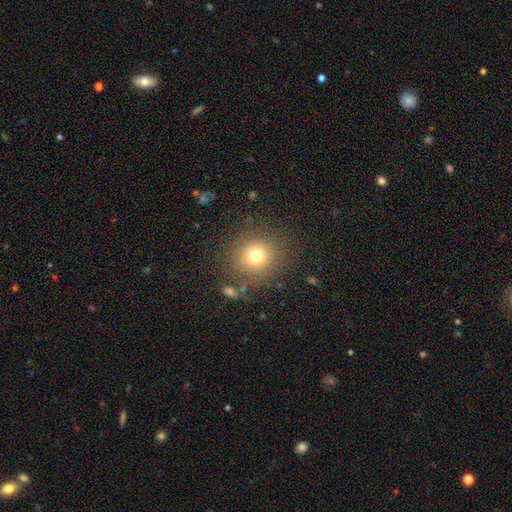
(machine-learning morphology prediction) Smooth or featured?
  - smooth: 73% *
  - star or artifact: 15%
  - featured or disk: 12%
How rounded?
  - round: 88% *
  - in between: 11%
  - cigar-shaped: 1%
Merging?
  - none: 82% *
  - minor disturbance: 10%
  - major disturbance: 5%
  - merger: 3%